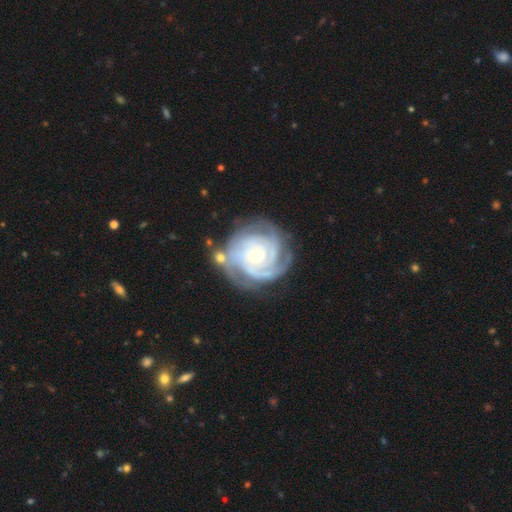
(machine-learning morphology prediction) This appears to be a featured or disk galaxy (89%) with no bar (78%), 3 (39%) tight (80%) spiral arms (97%) and a moderate central bulge (63%). Merging: none (64%).